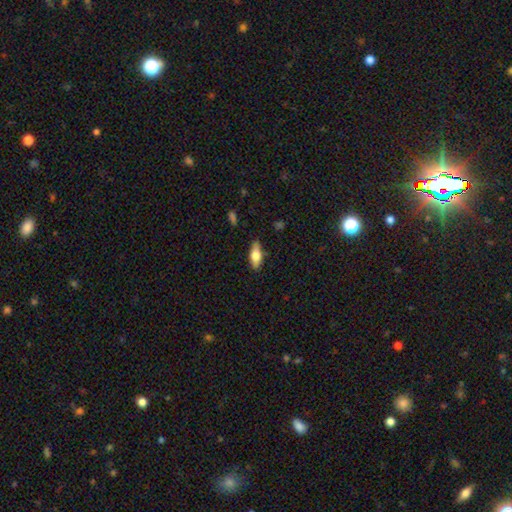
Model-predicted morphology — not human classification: This is likely a smooth galaxy (63%). How rounded: likely in between (71%). Merging: clearly none (81%).